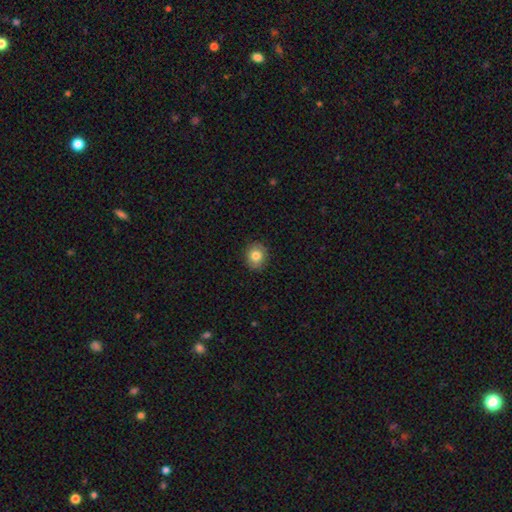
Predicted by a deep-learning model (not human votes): Overall: smooth (82%). How rounded: round (72%). Merging: none (90%).